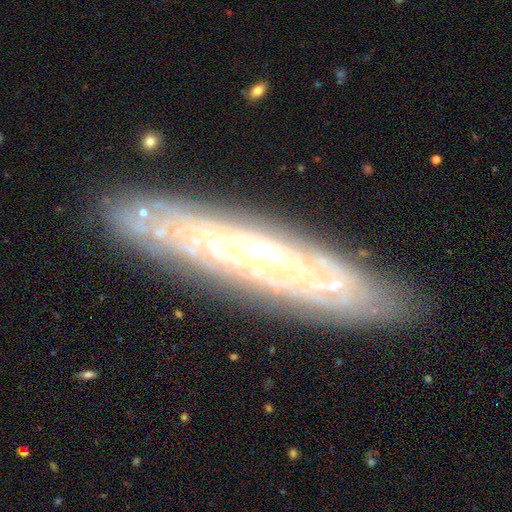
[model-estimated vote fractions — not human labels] This appears to be a featured or disk galaxy (80%). Merging: none (84%).